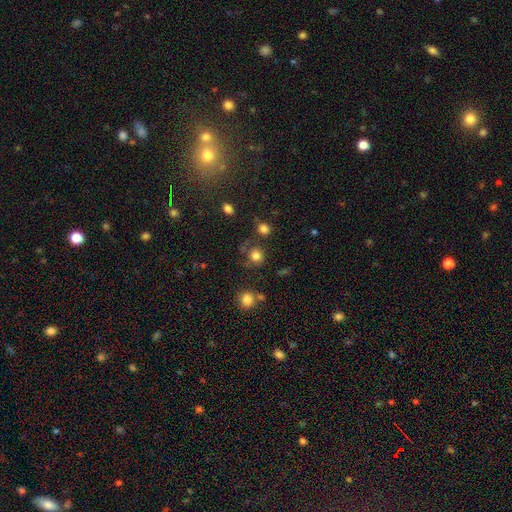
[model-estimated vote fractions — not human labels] Smooth or featured: smooth — 79% (star or artifact — 13%)
How rounded: round — 86% (in between — 13%)
Merging: none — 68% (minor disturbance — 14%)